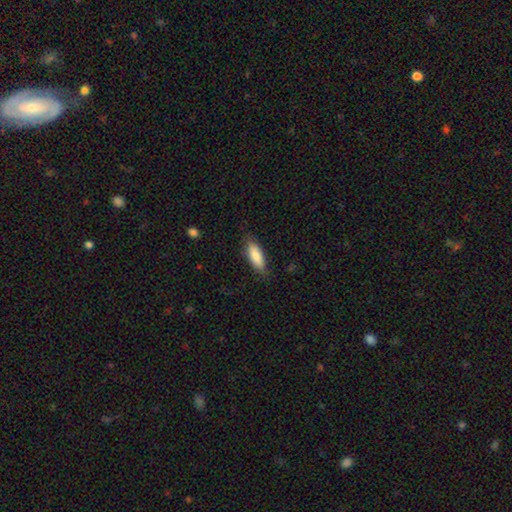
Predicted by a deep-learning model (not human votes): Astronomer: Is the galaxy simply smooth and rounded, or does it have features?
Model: smooth — 84%.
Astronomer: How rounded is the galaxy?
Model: in between — 65%.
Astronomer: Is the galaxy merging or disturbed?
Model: none — 79%.